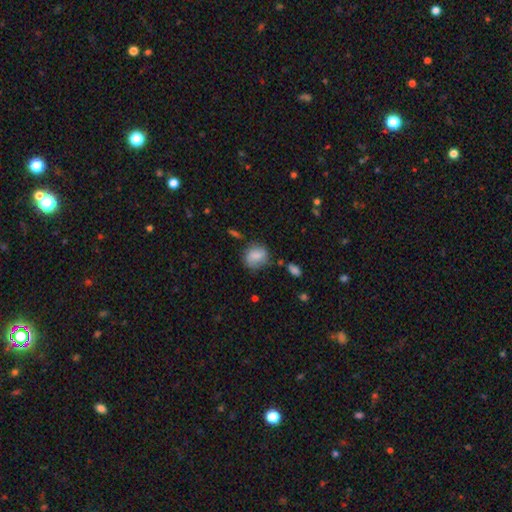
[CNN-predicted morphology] A smooth galaxy with no disk features (77%) that is round (61%).

Vote fractions:
- Smooth or featured? smooth: 77% / featured or disk: 15% / star or artifact: 8%
- How rounded? round: 61% / in between: 37% / cigar-shaped: 2%
- Merging? none: 63% / minor disturbance: 25% / major disturbance: 7% / merger: 4%